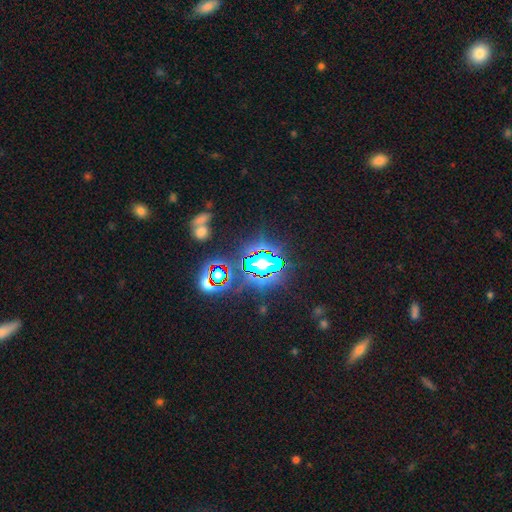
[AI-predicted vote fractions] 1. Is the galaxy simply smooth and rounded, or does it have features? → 73% star or artifact, 16% smooth, 12% featured or disk.